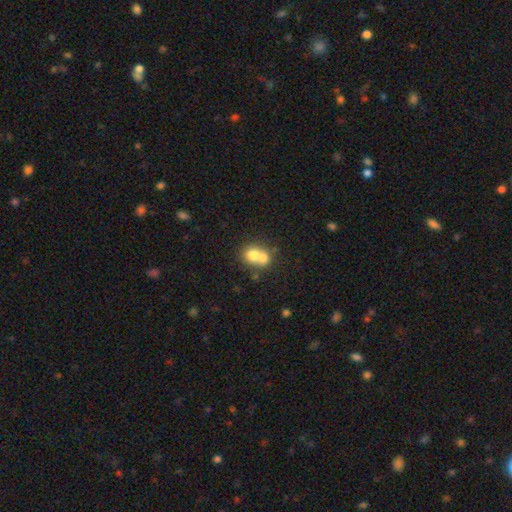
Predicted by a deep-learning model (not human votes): smooth 71%, featured or disk 19%, star or artifact 10%. Down the decision tree: how rounded — round (70%); merging — merger (66%).